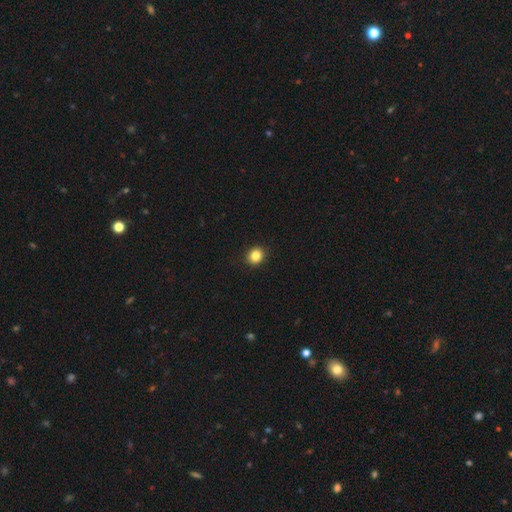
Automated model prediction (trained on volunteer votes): A smooth galaxy with no disk features (85%) that is round (82%).

Vote fractions:
- Smooth or featured? smooth: 85% / star or artifact: 11% / featured or disk: 5%
- How rounded? round: 82% / in between: 18% / cigar-shaped: 1%
- Merging? none: 92% / minor disturbance: 6% / major disturbance: 2% / merger: 1%